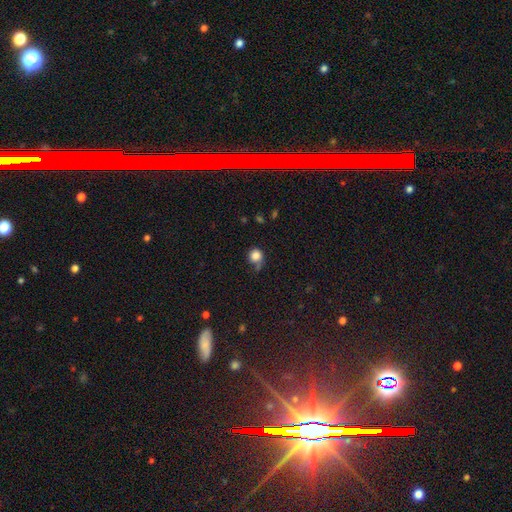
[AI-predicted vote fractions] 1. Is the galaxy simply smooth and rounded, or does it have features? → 83% smooth, 10% star or artifact, 6% featured or disk.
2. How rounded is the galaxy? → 86% round, 13% in between, 1% cigar-shaped.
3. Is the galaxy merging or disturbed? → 59% none, 24% minor disturbance, 10% major disturbance, 8% merger.